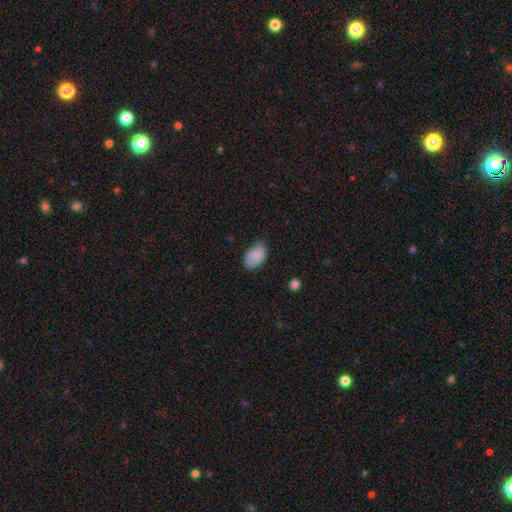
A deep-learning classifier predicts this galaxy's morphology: A smooth galaxy with no disk features (84%) that is in between round and cigar-shaped (89%).

Vote fractions:
- Smooth or featured? smooth: 84% / featured or disk: 8% / star or artifact: 8%
- How rounded? in between: 89% / round: 9% / cigar-shaped: 1%
- Merging? none: 57% / minor disturbance: 34% / major disturbance: 7% / merger: 2%